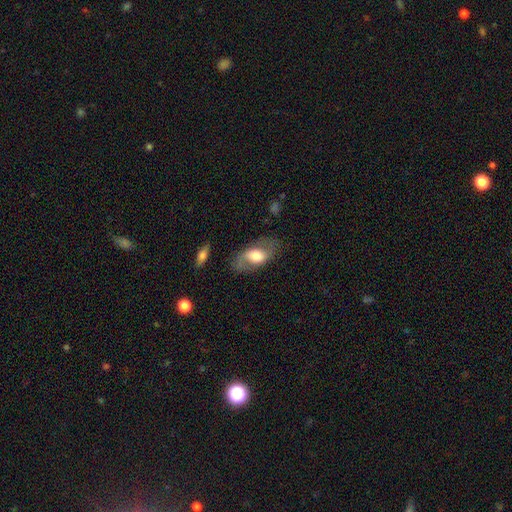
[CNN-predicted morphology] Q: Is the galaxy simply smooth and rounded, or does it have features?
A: smooth — 49%.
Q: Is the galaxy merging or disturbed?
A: none — 66%.